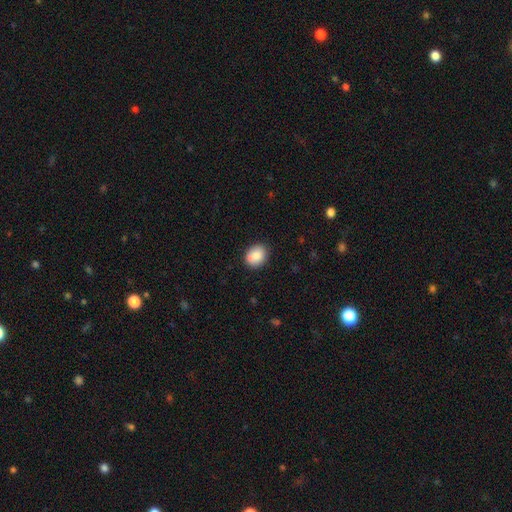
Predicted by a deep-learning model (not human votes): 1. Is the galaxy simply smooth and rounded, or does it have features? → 85% smooth, 8% star or artifact, 7% featured or disk.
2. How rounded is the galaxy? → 51% round, 48% in between, 1% cigar-shaped.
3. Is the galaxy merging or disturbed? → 85% none, 11% minor disturbance, 2% major disturbance, 1% merger.